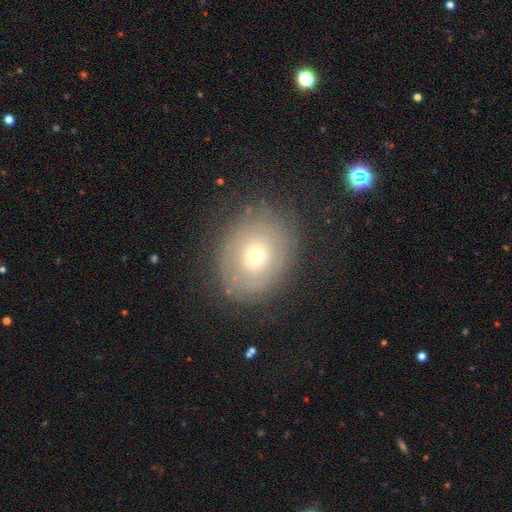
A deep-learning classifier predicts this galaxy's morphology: This appears to be a featured or disk galaxy (46%). Merging: none (76%).